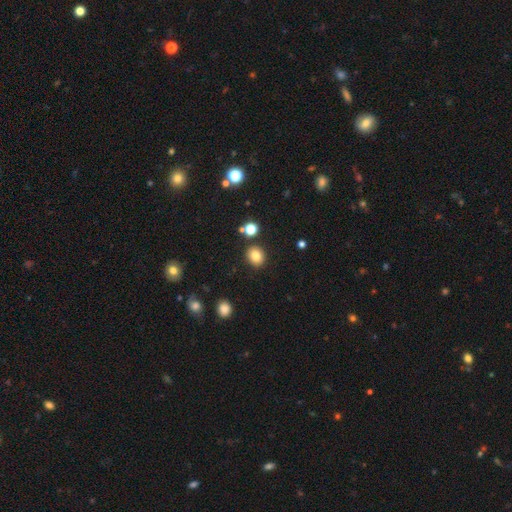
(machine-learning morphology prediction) Q: Smooth or featured?
A: smooth (82%); runner-up: star or artifact (12%)
Q: How rounded?
A: round (70%); runner-up: in between (30%)
Q: Merging?
A: none (86%); runner-up: minor disturbance (7%)